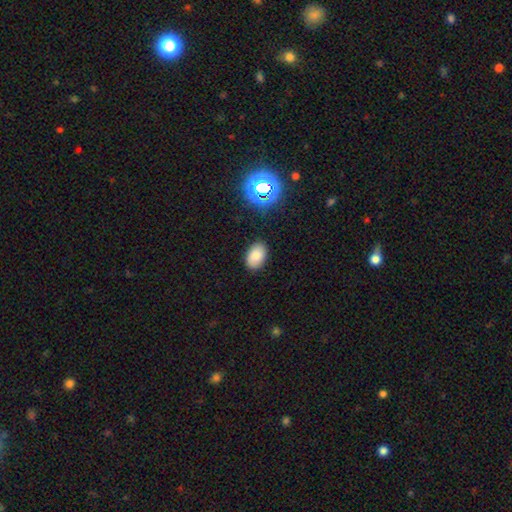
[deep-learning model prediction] A smooth galaxy with no disk features (80%) that is in between round and cigar-shaped (88%).

Vote fractions:
- Smooth or featured? smooth: 80% / star or artifact: 12% / featured or disk: 8%
- How rounded? in between: 88% / round: 11% / cigar-shaped: 1%
- Merging? none: 87% / minor disturbance: 10% / major disturbance: 2% / merger: 1%